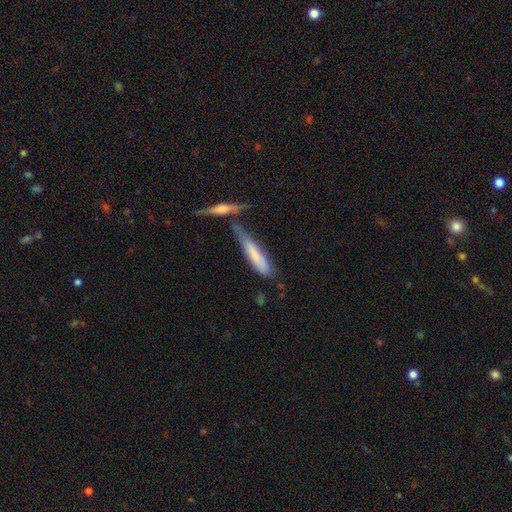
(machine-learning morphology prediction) Smooth or featured? Predicted: smooth (p=0.65). How rounded? Predicted: cigar-shaped (p=0.81). Merging? Predicted: none (p=0.38).